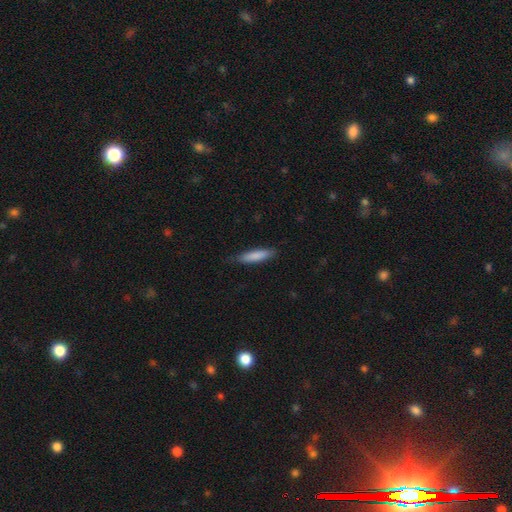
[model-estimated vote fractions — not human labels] smooth_or_featured: smooth (p=0.84) [alt: featured or disk p=0.11]
how_rounded: cigar-shaped (p=0.72) [alt: in between p=0.27]
merging: none (p=0.80) [alt: minor disturbance p=0.17]